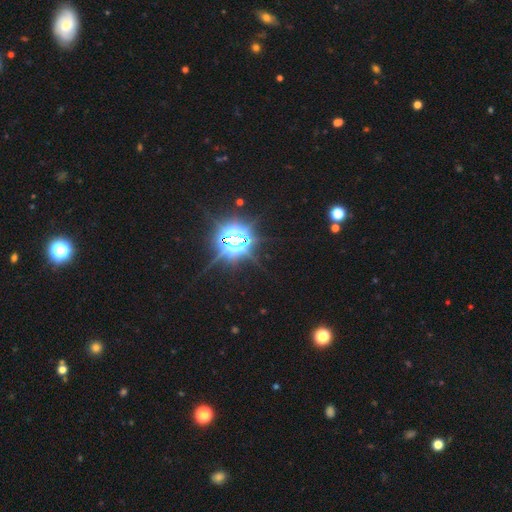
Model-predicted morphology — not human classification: Q: Smooth or featured?
A: star or artifact (84%); runner-up: smooth (10%)